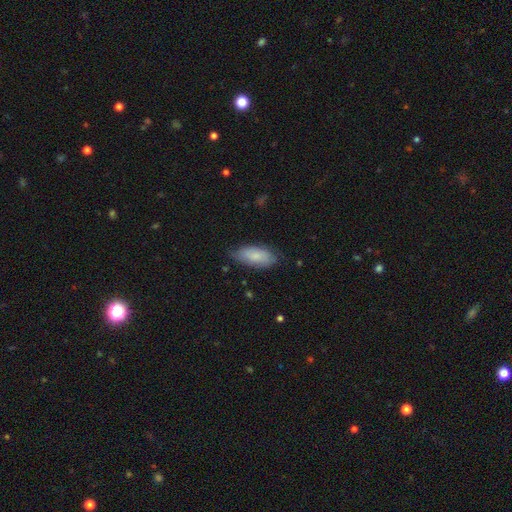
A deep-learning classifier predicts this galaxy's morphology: Overall: smooth (74%). How rounded: in between (87%). Merging: none (66%; minor disturbance 27%).